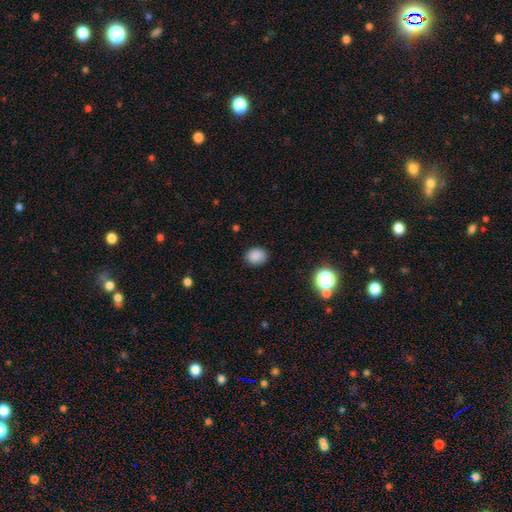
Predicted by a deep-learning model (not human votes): Morphology: type=smooth (86%); roundness=round (53%); merging=none (86%).